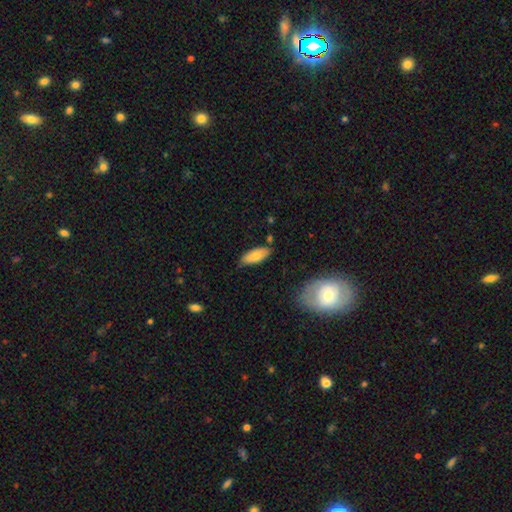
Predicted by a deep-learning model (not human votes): smooth-or-featured: smooth: 74% | featured or disk: 19% | star or artifact: 6%
  how-rounded: in between: 84% | cigar-shaped: 14% | round: 2%
  merging: none: 75% | minor disturbance: 19% | merger: 3% | major disturbance: 3%